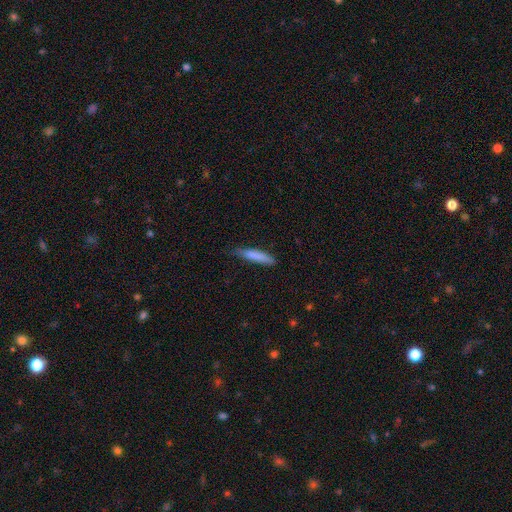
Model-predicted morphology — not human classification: The model was most divided on "merging": none: 74%, minor disturbance: 21%, major disturbance: 4%, merger: 1%. More confident: how rounded — cigar-shaped (87%); smooth or featured — smooth (82%).